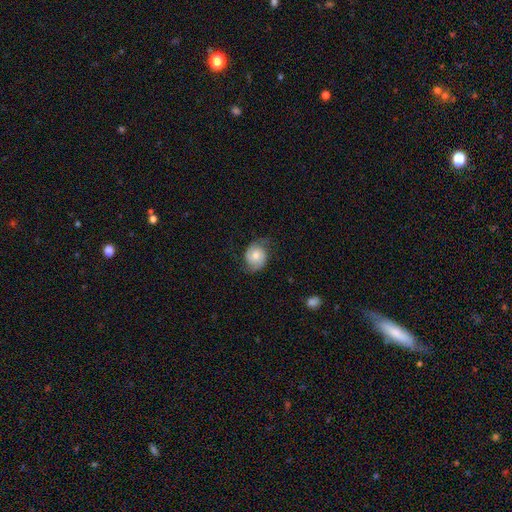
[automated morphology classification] A featured or disk galaxy (50%).

Vote fractions:
- Smooth or featured? featured or disk: 50% / smooth: 42% / star or artifact: 8%
- Merging? none: 63% / minor disturbance: 24% / major disturbance: 11% / merger: 1%